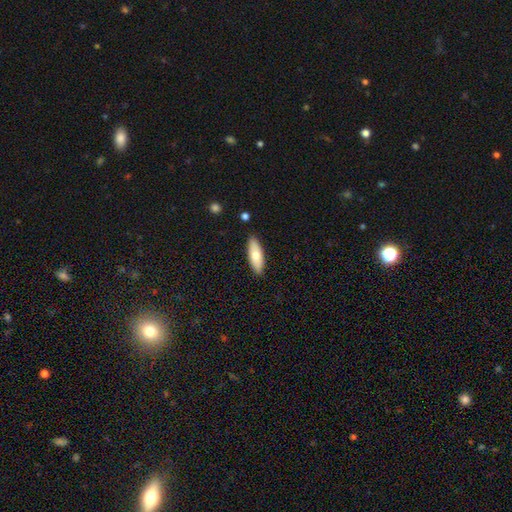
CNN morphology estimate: A smooth galaxy with no disk features (73%) that is in between round and cigar-shaped (62%). Merging: none (89%).